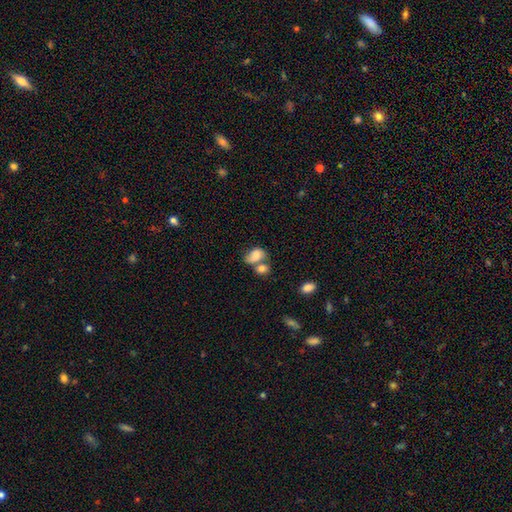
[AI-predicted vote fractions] This is likely a smooth galaxy (73%). How rounded: likely in between (80%). Merging: possibly merger (50%).